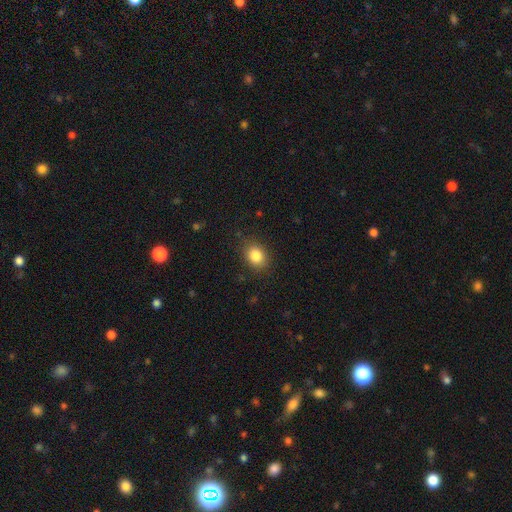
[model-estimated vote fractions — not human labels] Smooth or featured? smooth (84%)
How rounded? in between (51%)
Merging? none (86%)